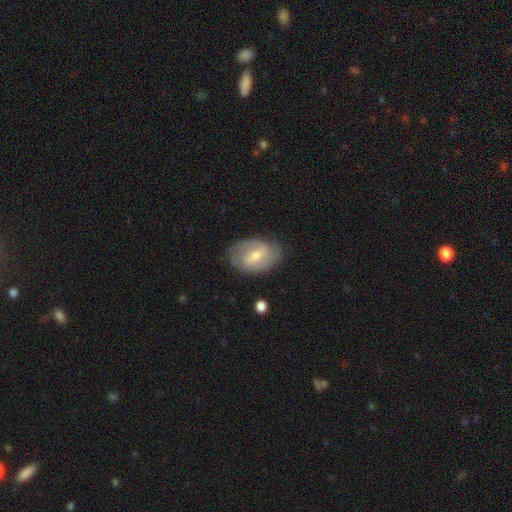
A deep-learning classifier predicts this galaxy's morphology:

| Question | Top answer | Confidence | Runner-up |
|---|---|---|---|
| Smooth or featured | featured or disk | 65% | smooth (28%) |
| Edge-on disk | no | 95% | yes (5%) |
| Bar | weak | 55% | no (23%) |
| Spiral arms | yes | 81% | no (19%) |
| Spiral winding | medium | 41% | tight (38%) |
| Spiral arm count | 2 | 69% | can't tell (20%) |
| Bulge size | moderate | 52% | small (43%) |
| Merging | none | 75% | minor disturbance (18%) |